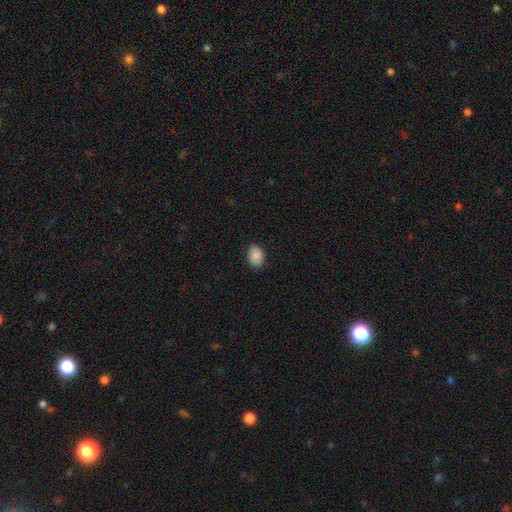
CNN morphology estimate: smooth_or_featured: smooth (p=0.87) [alt: star or artifact p=0.07]
how_rounded: in between (p=0.80) [alt: round p=0.19]
merging: none (p=0.87) [alt: minor disturbance p=0.10]